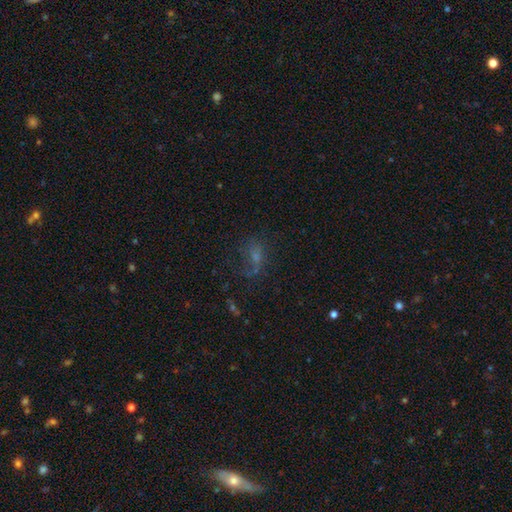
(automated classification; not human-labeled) A smooth galaxy with no disk features (45%). Merging: none (47%).